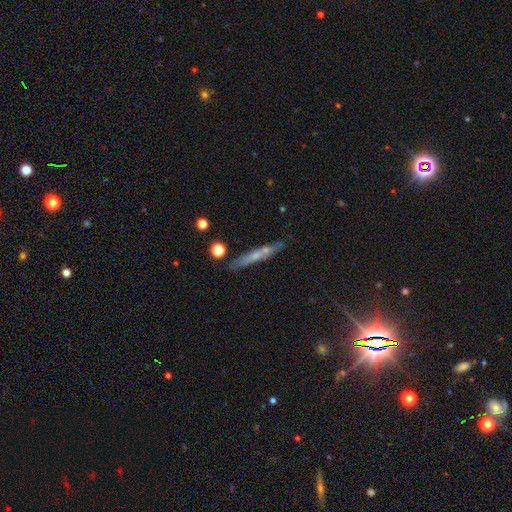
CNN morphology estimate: A smooth galaxy with no disk features (47%).

Vote fractions:
- Smooth or featured? smooth: 47% / featured or disk: 44% / star or artifact: 9%
- Merging? none: 79% / minor disturbance: 13% / merger: 5% / major disturbance: 3%